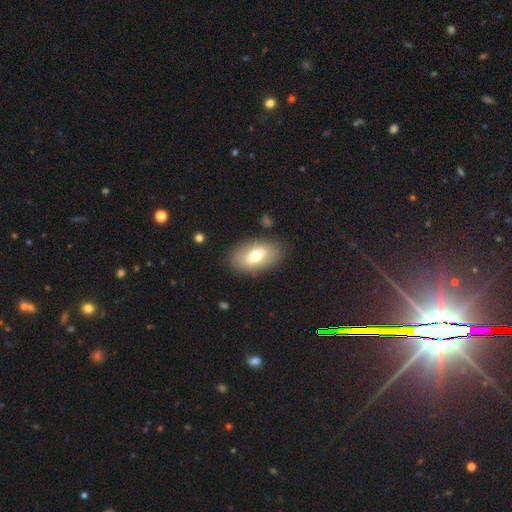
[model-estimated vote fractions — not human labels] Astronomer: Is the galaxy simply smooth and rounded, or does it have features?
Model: smooth — 63%.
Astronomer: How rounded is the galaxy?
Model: in between — 91%.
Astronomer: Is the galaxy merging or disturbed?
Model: none — 84%.